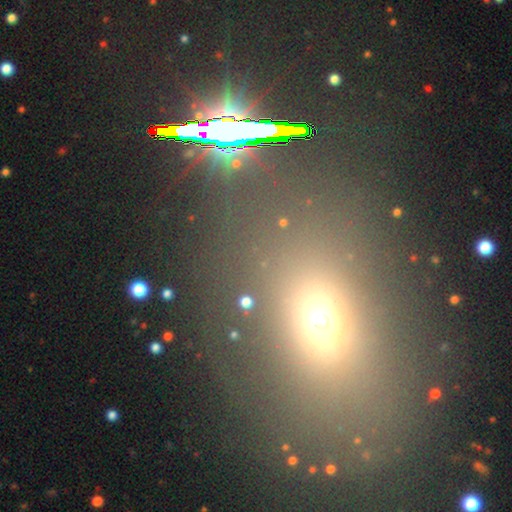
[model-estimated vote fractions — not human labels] star or artifact 44% (tied), smooth 44% (tied), featured or disk 12%.